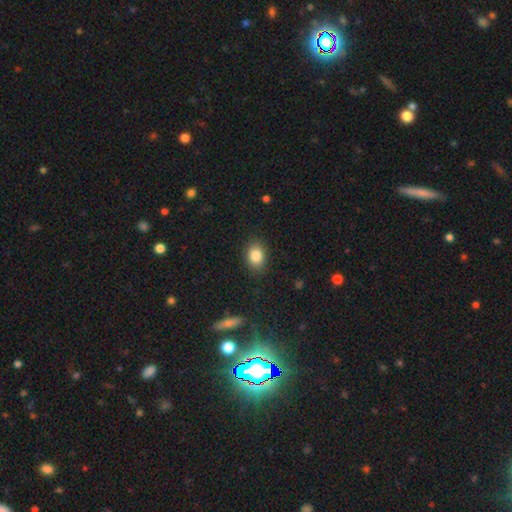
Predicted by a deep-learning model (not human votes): Smooth or featured: smooth — 85% (star or artifact — 9%)
How rounded: in between — 67% (round — 32%)
Merging: none — 85% (minor disturbance — 11%)